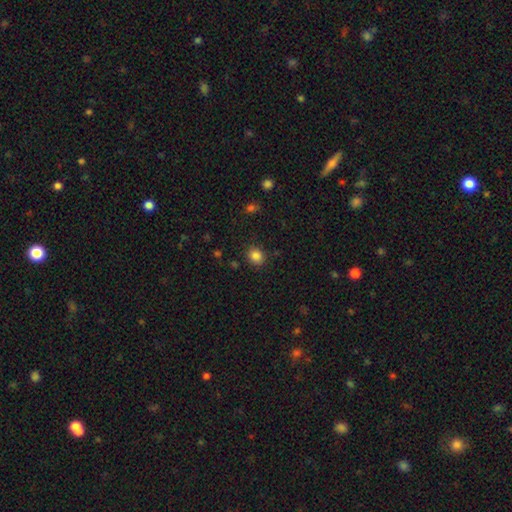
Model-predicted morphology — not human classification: Smooth or featured?
  - smooth: 84% *
  - star or artifact: 11%
  - featured or disk: 4%
How rounded?
  - round: 69% *
  - in between: 30%
  - cigar-shaped: 1%
Merging?
  - none: 86% *
  - minor disturbance: 10%
  - major disturbance: 3%
  - merger: 2%